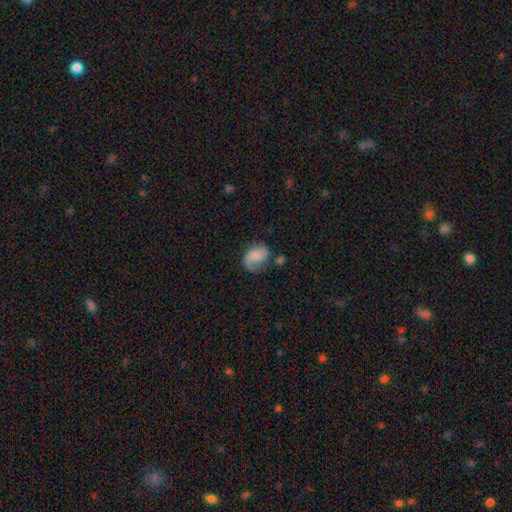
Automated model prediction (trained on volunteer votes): A featured or disk galaxy (51%).

Vote fractions:
- Smooth or featured? featured or disk: 51% / smooth: 40% / star or artifact: 9%
- Edge-on disk? no: 98% / yes: 2%
- Merging? none: 57% / minor disturbance: 25% / major disturbance: 14% / merger: 4%